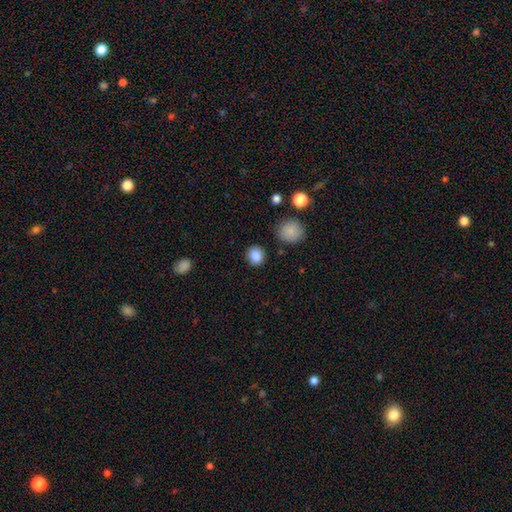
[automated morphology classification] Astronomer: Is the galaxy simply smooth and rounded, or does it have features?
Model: smooth — 86%.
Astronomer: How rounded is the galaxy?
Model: round — 78%.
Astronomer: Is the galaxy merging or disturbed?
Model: none — 86%.